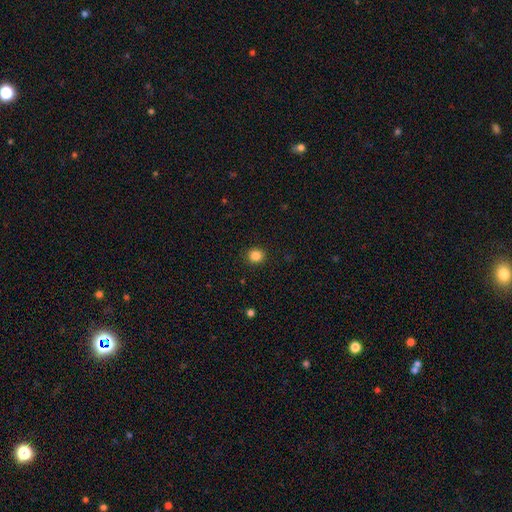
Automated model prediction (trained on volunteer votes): Smooth or featured?
  - smooth: 85% *
  - star or artifact: 11%
  - featured or disk: 4%
How rounded?
  - round: 89% *
  - in between: 10%
  - cigar-shaped: 1%
Merging?
  - none: 92% *
  - minor disturbance: 5%
  - major disturbance: 2%
  - merger: 1%